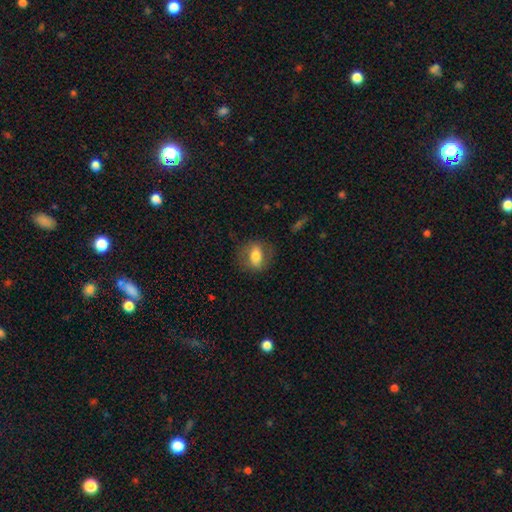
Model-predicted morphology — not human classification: This is likely a smooth galaxy (61%). How rounded: likely in between (70%). Merging: likely none (75%).